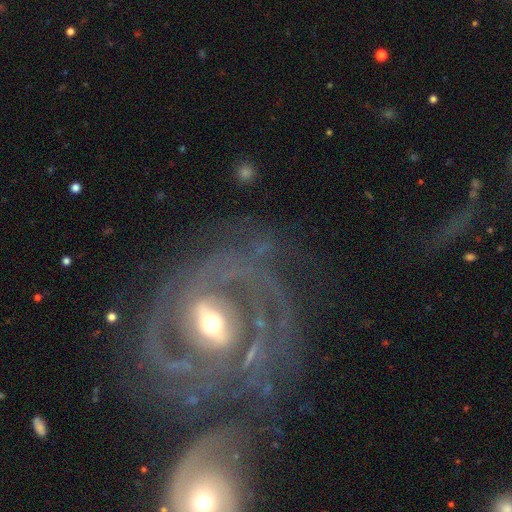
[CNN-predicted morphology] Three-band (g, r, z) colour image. It shows a featured or disk galaxy (88%) with a weak bar (39%), 2 (43%) tight (54%) spiral arms (91%) and a moderate central bulge (60%). Merging: none (40%).